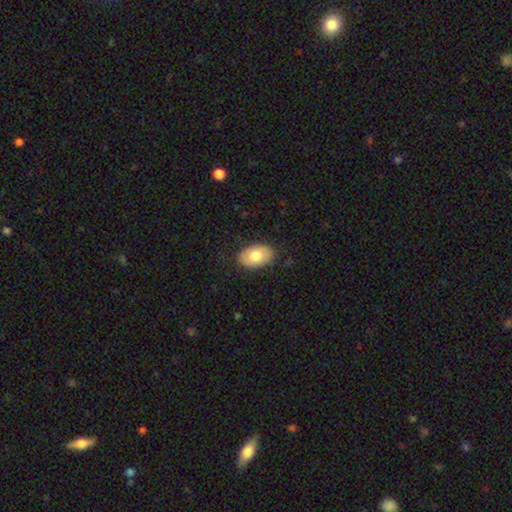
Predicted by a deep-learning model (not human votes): Overall: smooth (77%). How rounded: in between (91%). Merging: none (86%).